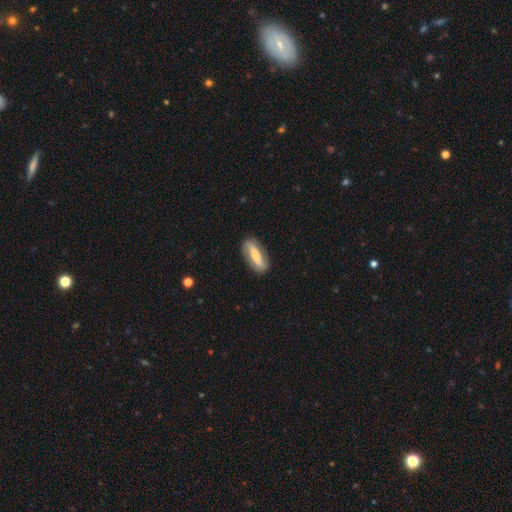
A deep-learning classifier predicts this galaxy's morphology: smooth_or_featured: featured or disk (p=0.54) [alt: smooth p=0.40]
disk_edge_on: no (p=0.74) [alt: yes p=0.26]
merging: none (p=0.85) [alt: minor disturbance p=0.11]